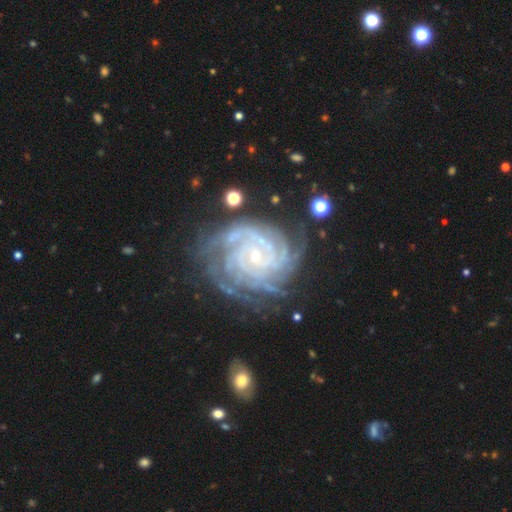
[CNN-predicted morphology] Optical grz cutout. It shows a featured or disk galaxy (91%) with no bar (70%), 4 (29%) tight (82%) spiral arms (99%) and a small central bulge (81%). Merging: none (72%).